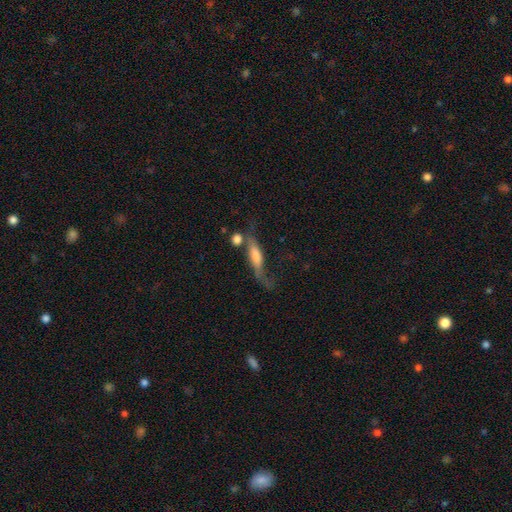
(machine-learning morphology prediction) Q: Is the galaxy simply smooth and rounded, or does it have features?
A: featured or disk — 54%.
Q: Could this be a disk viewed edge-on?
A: yes — 55%.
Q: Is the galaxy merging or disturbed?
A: none — 36%.